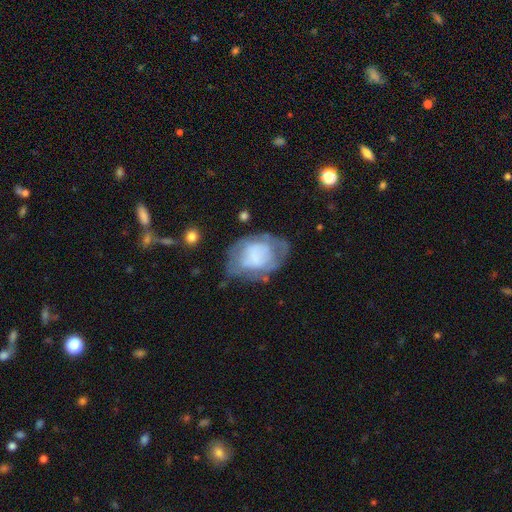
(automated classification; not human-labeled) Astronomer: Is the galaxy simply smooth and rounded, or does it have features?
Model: featured or disk — 49% (runner-up: smooth, 42%).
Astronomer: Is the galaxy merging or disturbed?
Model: none — 43% (runner-up: minor disturbance, 29%).